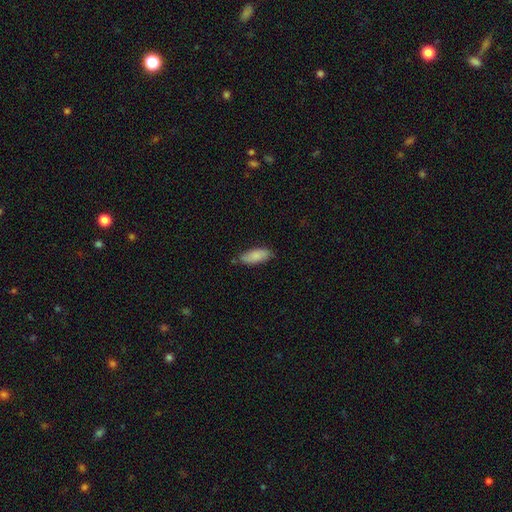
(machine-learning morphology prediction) Smooth or featured: smooth — 85% (featured or disk — 9%)
How rounded: in between — 76% (cigar-shaped — 22%)
Merging: none — 74% (minor disturbance — 20%)